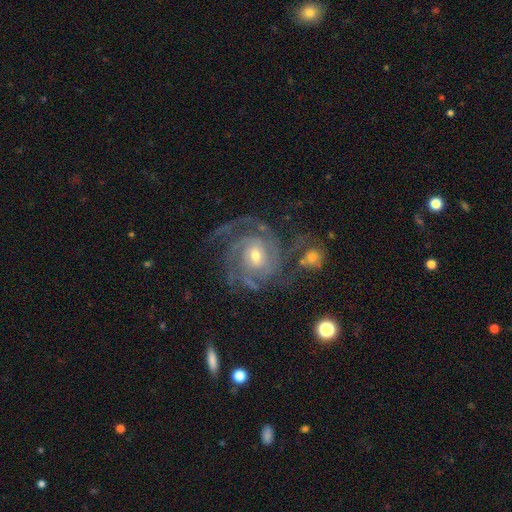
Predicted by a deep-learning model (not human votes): featured or disk 91%, star or artifact 5%, smooth 4%. Down the decision tree: edge-on disk — no (98%); bar — no (57%); spiral arms — yes (98%); spiral arm count — 3 (36%); spiral winding — tight (65%); bulge size — moderate (56%); merging — none (64%).